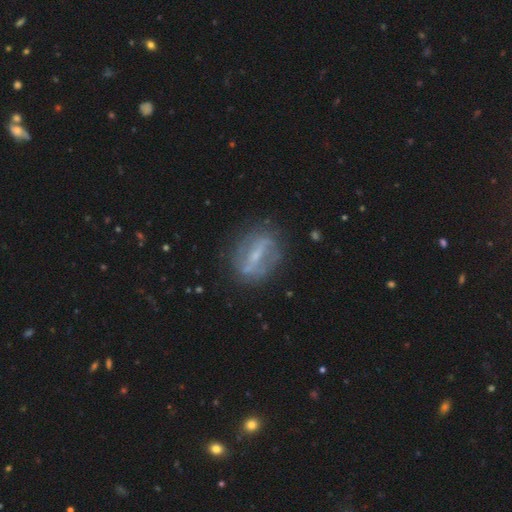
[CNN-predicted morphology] Smooth or featured? Predicted: featured or disk (p=0.74). Edge-on disk? Predicted: no (p=0.87). Bar? Predicted: strong (p=0.65). Spiral arms? Predicted: yes (p=0.59). Bulge size? Predicted: small (p=0.64). Merging? Predicted: none (p=0.76).